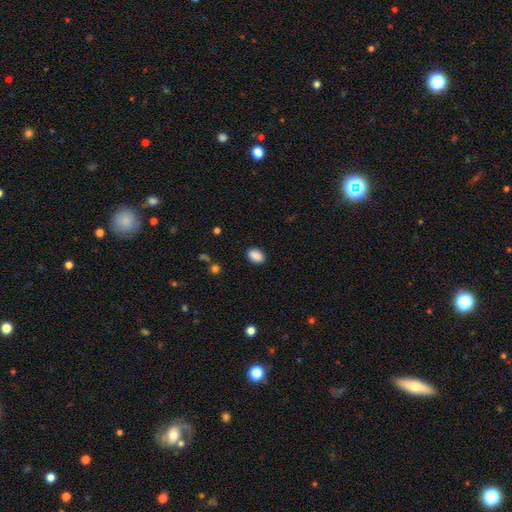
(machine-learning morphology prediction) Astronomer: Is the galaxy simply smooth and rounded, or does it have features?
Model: smooth — 89%.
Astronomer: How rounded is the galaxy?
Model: in between — 85%.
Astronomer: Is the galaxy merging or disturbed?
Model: none — 88%.